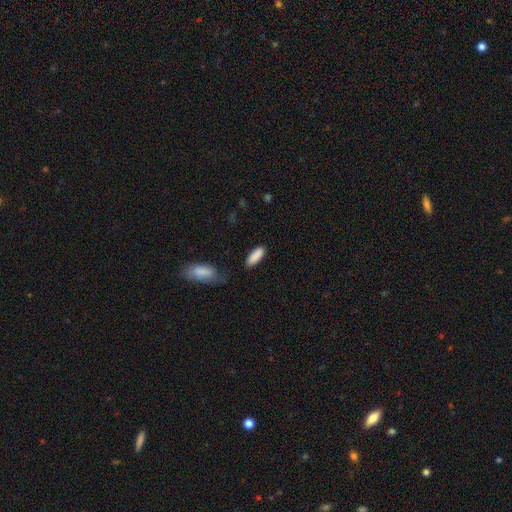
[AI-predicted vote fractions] Morphology: type=smooth (89%); roundness=in between (65%); merging=none (77%).